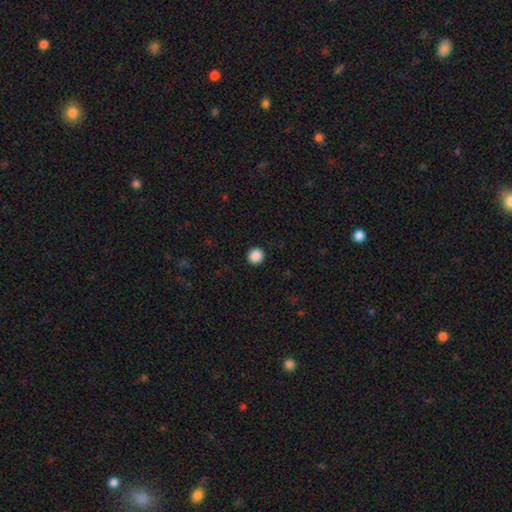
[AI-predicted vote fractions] Morphology: type=smooth (89%); roundness=round (93%); merging=none (93%).